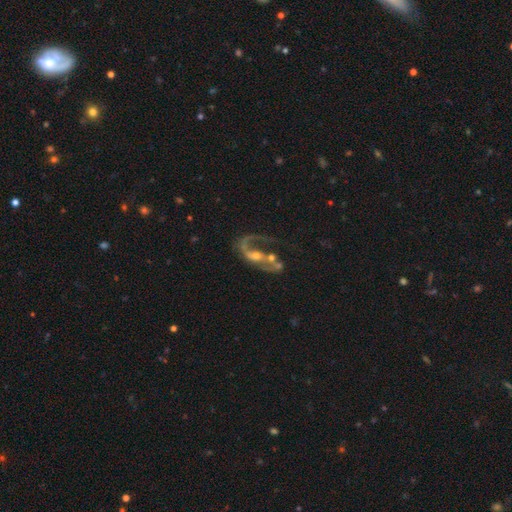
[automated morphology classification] featured or disk 83%, smooth 9%, star or artifact 8%. Down the decision tree: edge-on disk — no (95%); bar — no (47%); spiral arms — yes (86%); spiral arm count — 2 (52%); spiral winding — loose (61%); bulge size — moderate (45%); merging — none (34%).